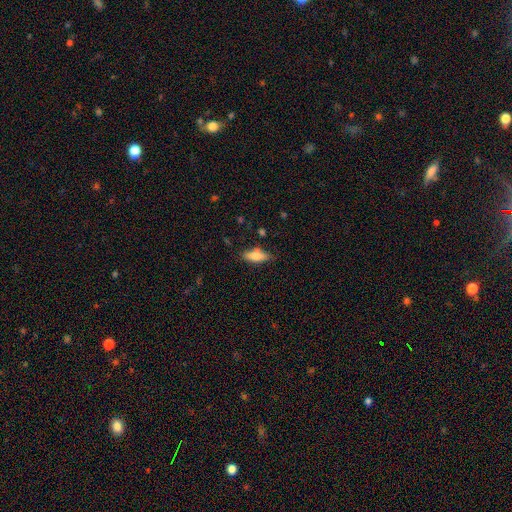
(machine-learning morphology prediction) type=smooth (70%); roundness=in between (63%); merging=none (76%).